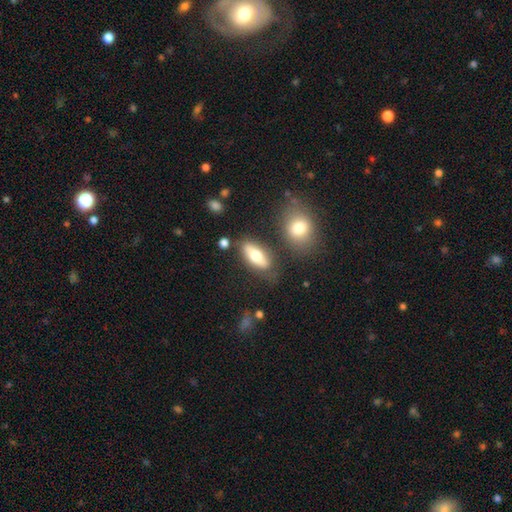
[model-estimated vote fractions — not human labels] Smooth or featured? smooth (65%)
How rounded? in between (80%)
Merging? none (72%)